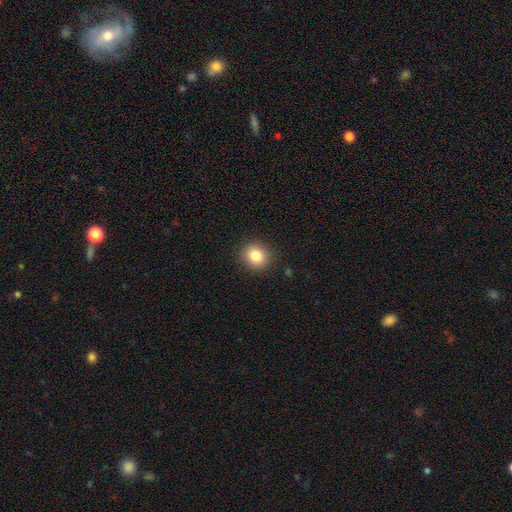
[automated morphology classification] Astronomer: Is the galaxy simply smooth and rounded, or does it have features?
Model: smooth — 84%.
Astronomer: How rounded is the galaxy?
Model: round — 80%.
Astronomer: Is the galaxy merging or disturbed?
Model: none — 90%.